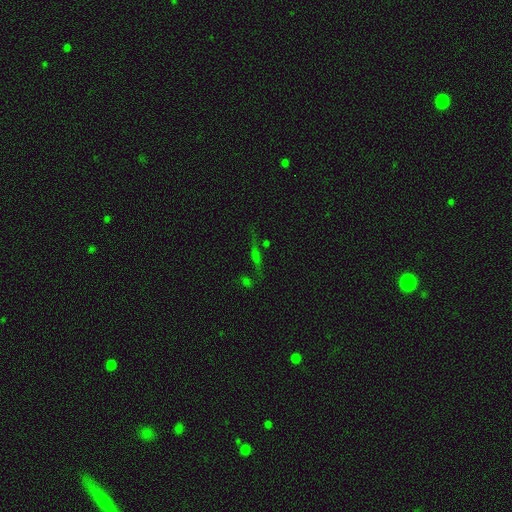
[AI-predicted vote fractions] Q: Smooth or featured?
A: featured or disk (36%); runner-up: smooth (32%)
Q: Merging?
A: none (66%); runner-up: minor disturbance (14%)